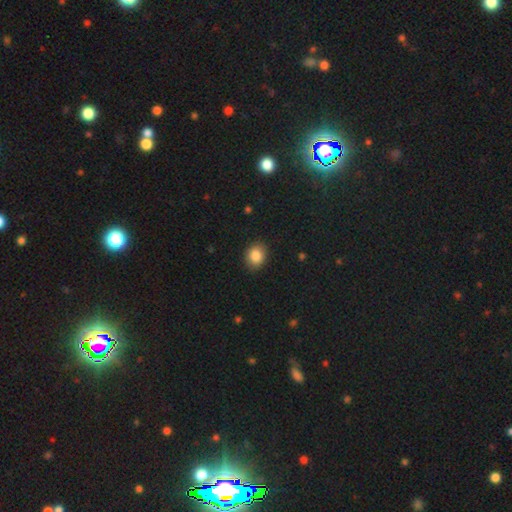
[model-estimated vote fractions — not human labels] The model was most divided on "how rounded": round: 53%, in between: 46%, cigar-shaped: 1%. More confident: merging — none (89%); smooth or featured — smooth (86%).